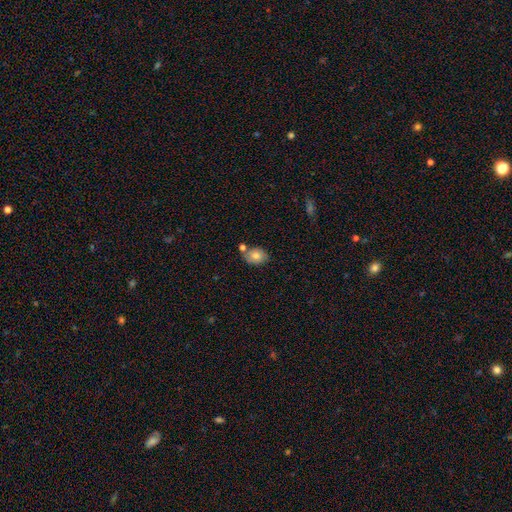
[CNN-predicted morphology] This appears to be a smooth galaxy with no disk features (75%) that is in between round and cigar-shaped (66%). Merging: none (62%).